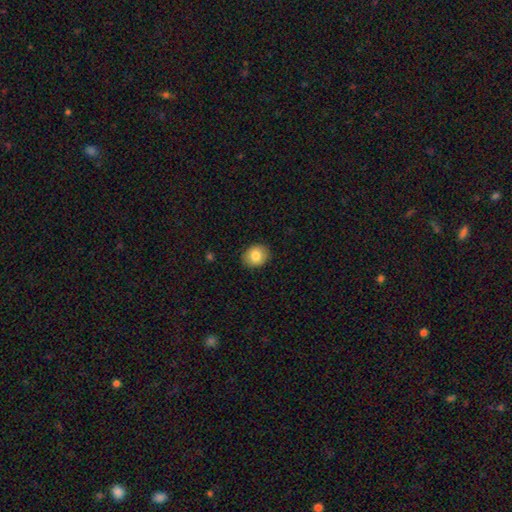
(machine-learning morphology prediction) Smooth or featured?
  - smooth: 83% *
  - star or artifact: 9%
  - featured or disk: 8%
How rounded?
  - round: 73% *
  - in between: 26%
  - cigar-shaped: 1%
Merging?
  - none: 89% *
  - minor disturbance: 8%
  - major disturbance: 2%
  - merger: 1%